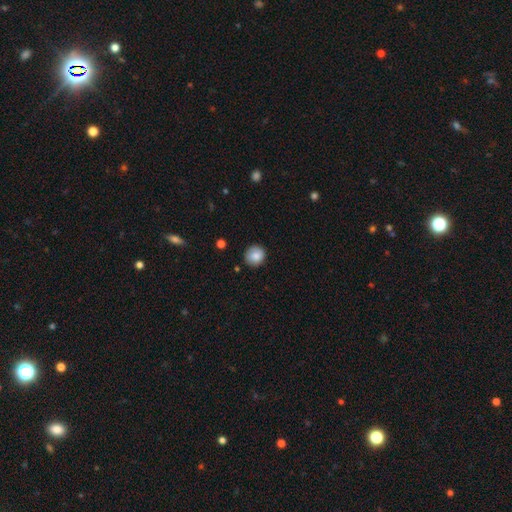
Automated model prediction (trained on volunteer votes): A smooth galaxy with no disk features (83%) that is round (89%).

Vote fractions:
- Smooth or featured? smooth: 83% / featured or disk: 9% / star or artifact: 8%
- How rounded? round: 89% / in between: 10% / cigar-shaped: 1%
- Merging? none: 82% / minor disturbance: 13% / major disturbance: 3% / merger: 1%